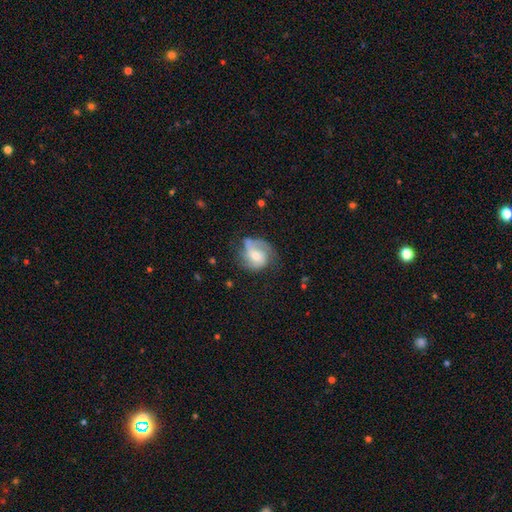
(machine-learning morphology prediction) A featured or disk galaxy (69%) with no bar (52%), 2 (62%) medium (45%) spiral arms (91%) and a moderate central bulge (52%). Merging: none (58%).